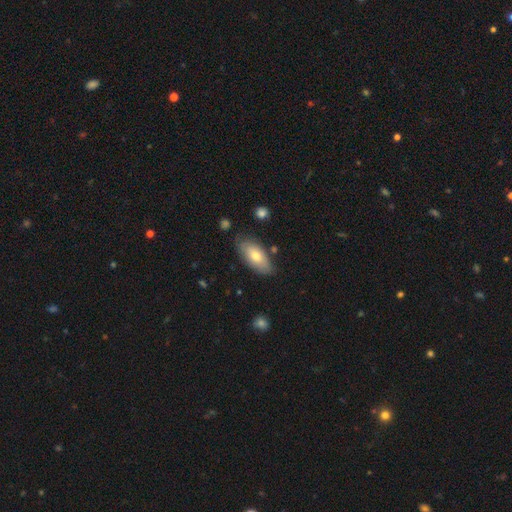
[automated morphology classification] A smooth galaxy with no disk features (72%) that is in between round and cigar-shaped (89%). Merging: none (77%).